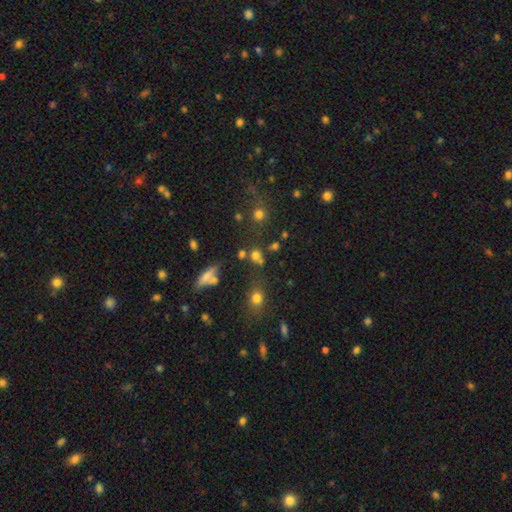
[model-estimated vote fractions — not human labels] A smooth galaxy with no disk features (65%) that is round (72%).

Vote fractions:
- Smooth or featured? smooth: 65% / star or artifact: 23% / featured or disk: 12%
- How rounded? round: 72% / in between: 24% / cigar-shaped: 4%
- Merging? none: 55% / merger: 27% / minor disturbance: 11% / major disturbance: 6%